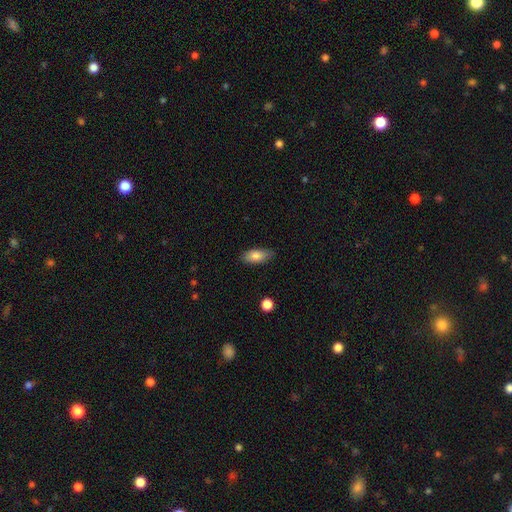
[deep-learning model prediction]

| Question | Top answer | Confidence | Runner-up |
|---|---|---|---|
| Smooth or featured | smooth | 81% | featured or disk (12%) |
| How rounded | in between | 81% | cigar-shaped (16%) |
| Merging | none | 82% | minor disturbance (14%) |